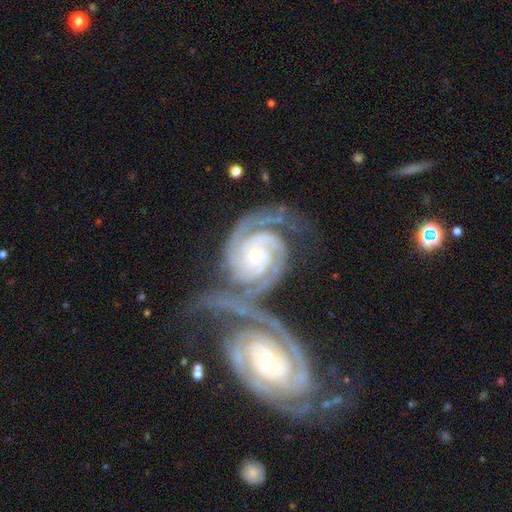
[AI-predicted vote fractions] Smooth or featured?
  - featured or disk: 92% *
  - smooth: 4%
  - star or artifact: 4%
Edge-on disk?
  - no: 98% *
  - yes: 2%
Bar?
  - no: 64% *
  - weak: 23%
  - strong: 13%
Spiral arms?
  - yes: 99% *
  - no: 1%
Spiral winding?
  - tight: 72% *
  - medium: 24%
  - loose: 3%
Spiral arm count?
  - 2: 79% *
  - 3: 11%
  - can't tell: 4%
  - 4: 2%
  - 1: 2%
  - more than 4: 2%
Bulge size?
  - small: 58% *
  - moderate: 32%
  - large: 5%
  - none: 3%
  - dominant: 2%
Merging?
  - merger: 51% *
  - none: 30%
  - minor disturbance: 11%
  - major disturbance: 8%